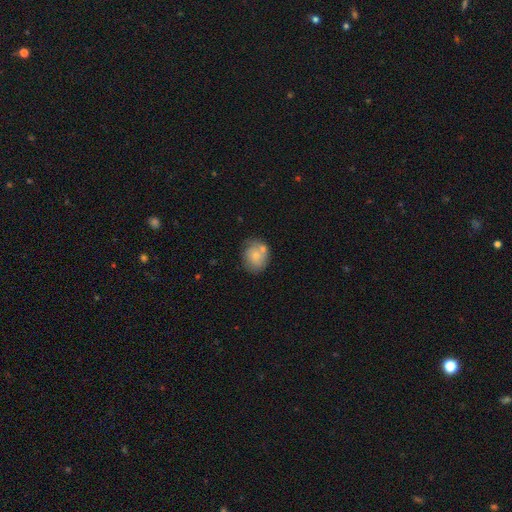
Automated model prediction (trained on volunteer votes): smooth 69%, featured or disk 24%, star or artifact 8%. Down the decision tree: how rounded — round (55%); merging — none (56%).